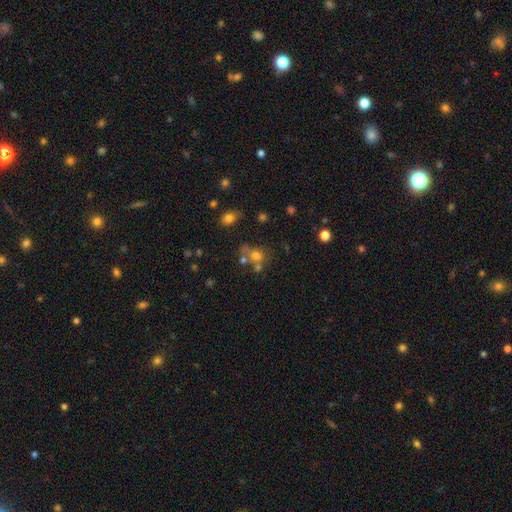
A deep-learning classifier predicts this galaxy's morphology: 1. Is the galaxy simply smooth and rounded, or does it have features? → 65% smooth, 19% star or artifact, 16% featured or disk.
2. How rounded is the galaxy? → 73% round, 26% in between, 1% cigar-shaped.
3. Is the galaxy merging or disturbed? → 44% none, 35% merger, 12% minor disturbance, 8% major disturbance.